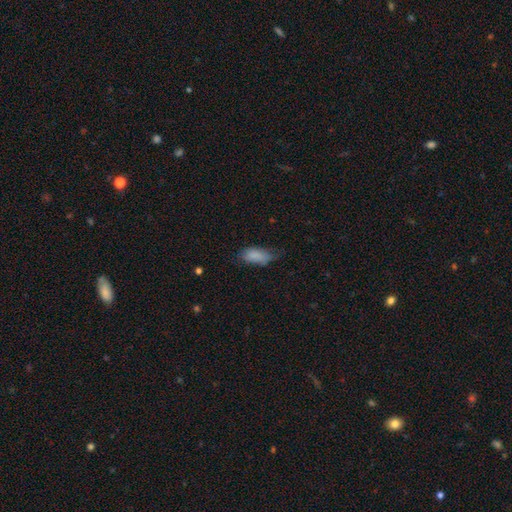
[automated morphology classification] A smooth galaxy with no disk features (83%) that is in between round and cigar-shaped (90%). Merging: none (44%).